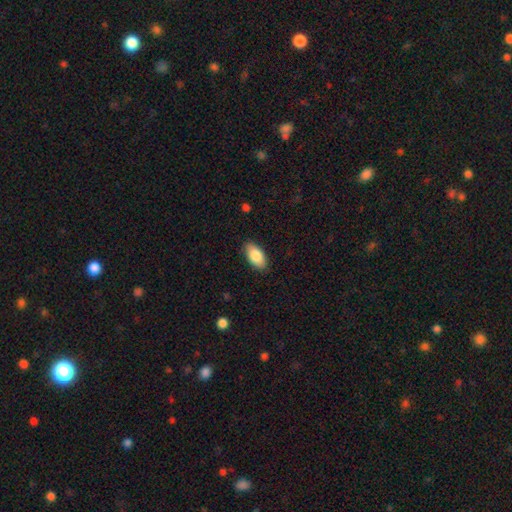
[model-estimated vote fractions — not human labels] A smooth galaxy with no disk features (85%) that is in between round and cigar-shaped (93%).

Vote fractions:
- Smooth or featured? smooth: 85% / featured or disk: 9% / star or artifact: 6%
- How rounded? in between: 93% / cigar-shaped: 4% / round: 3%
- Merging? none: 87% / minor disturbance: 10% / major disturbance: 2% / merger: 1%